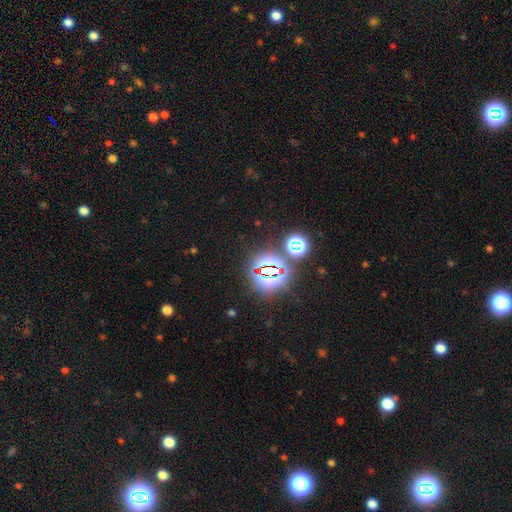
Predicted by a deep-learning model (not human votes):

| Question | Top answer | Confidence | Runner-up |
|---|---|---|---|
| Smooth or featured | star or artifact | 77% | smooth (15%) |